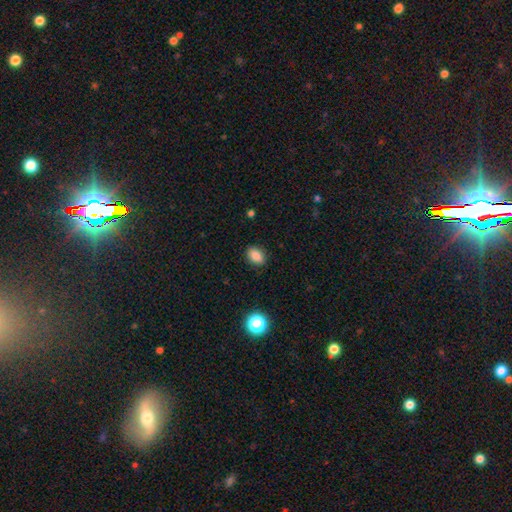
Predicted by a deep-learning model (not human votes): Smooth or featured?
  - smooth: 85% *
  - star or artifact: 10%
  - featured or disk: 4%
How rounded?
  - in between: 75% *
  - round: 23%
  - cigar-shaped: 1%
Merging?
  - none: 88% *
  - minor disturbance: 8%
  - major disturbance: 2%
  - merger: 1%